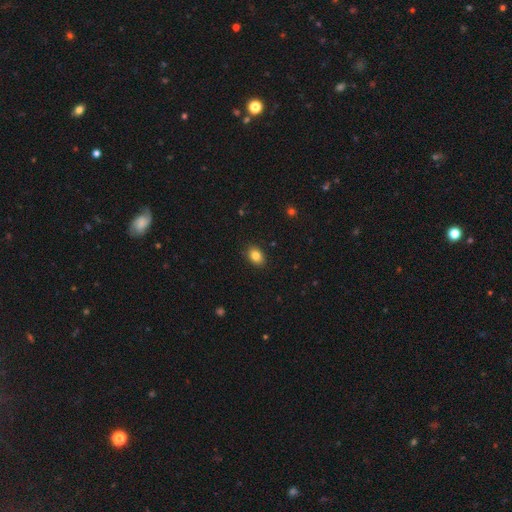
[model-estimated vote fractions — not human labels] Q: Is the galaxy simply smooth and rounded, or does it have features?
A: smooth — 83%.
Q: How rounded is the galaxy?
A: in between — 75%.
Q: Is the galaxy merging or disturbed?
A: none — 89%.